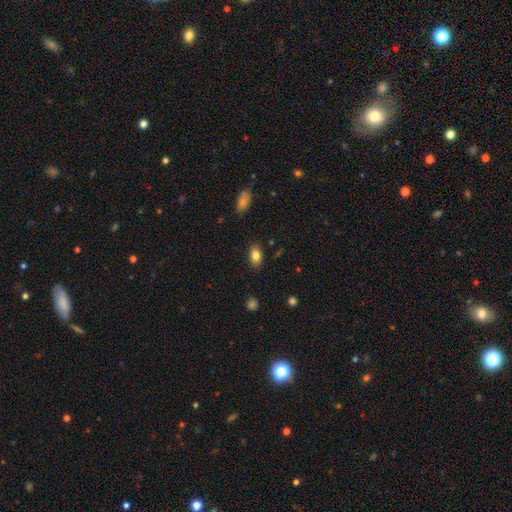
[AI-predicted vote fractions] Morphology: type=smooth (83%); roundness=in between (88%); merging=none (86%).